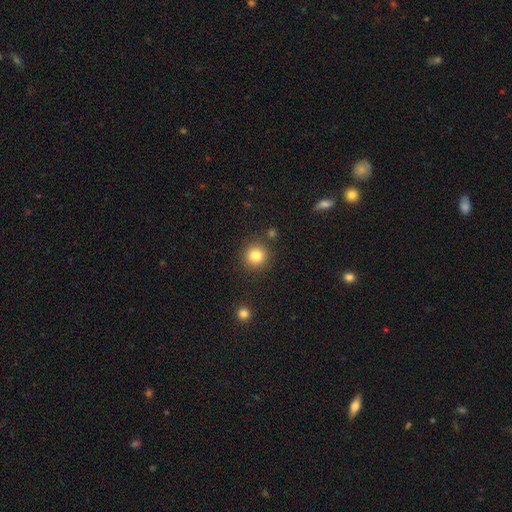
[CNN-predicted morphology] Smooth or featured? smooth (82%)
How rounded? round (94%)
Merging? none (88%)